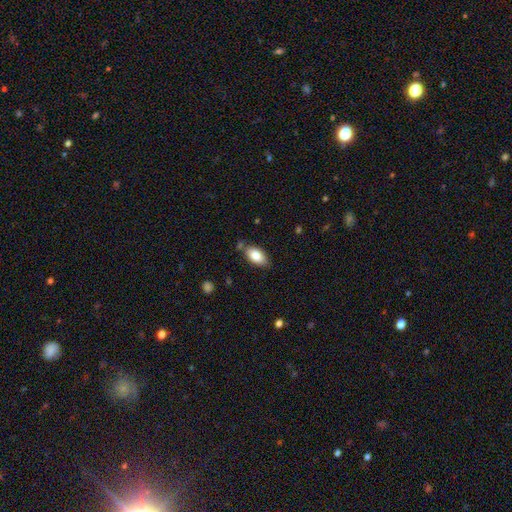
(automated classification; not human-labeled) smooth 84%, featured or disk 9%, star or artifact 7%. Down the decision tree: how rounded — in between (93%); merging — none (74%).